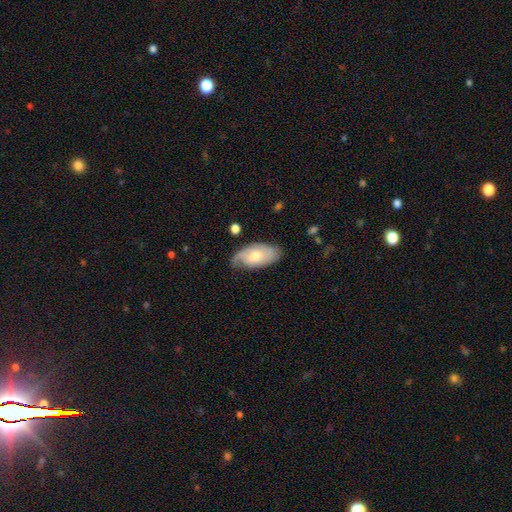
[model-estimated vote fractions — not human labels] smooth-or-featured: smooth: 51% | featured or disk: 43% | star or artifact: 6%
  how-rounded: in between: 94% | round: 3% | cigar-shaped: 3%
  merging: none: 59% | minor disturbance: 30% | major disturbance: 9% | merger: 2%